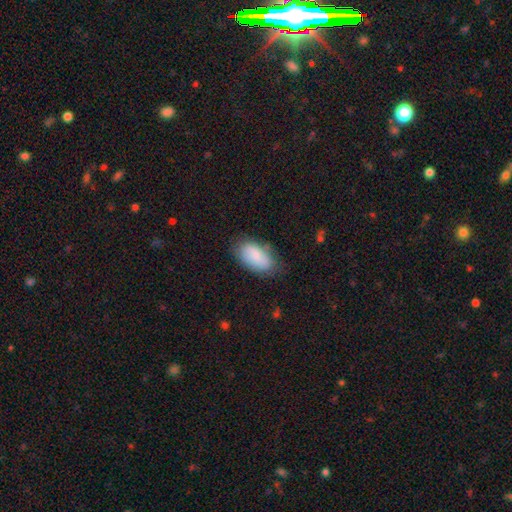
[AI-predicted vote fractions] Overall: smooth (80%). How rounded: in between (94%). Merging: none (71%).